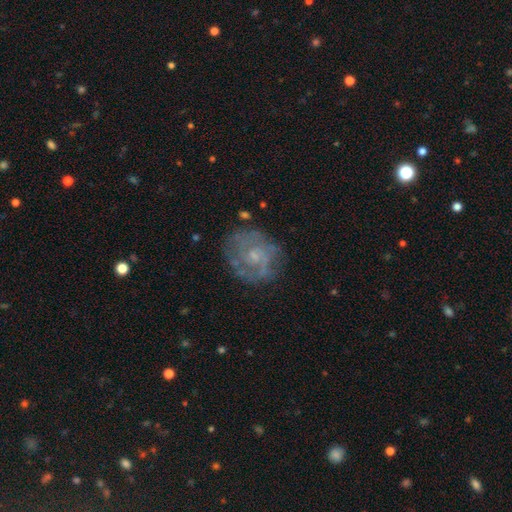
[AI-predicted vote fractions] featured or disk 71%, smooth 21%, star or artifact 8%. Down the decision tree: edge-on disk — no (98%); bar — no (73%); spiral arms — yes (75%); spiral arm count — can't tell (40%); spiral winding — tight (48%); bulge size — small (65%); merging — none (72%).